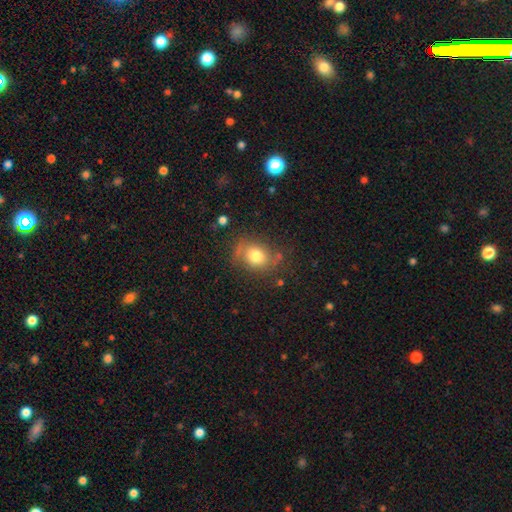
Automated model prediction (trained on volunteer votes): Smooth or featured? smooth (71%)
How rounded? round (54%)
Merging? none (67%)